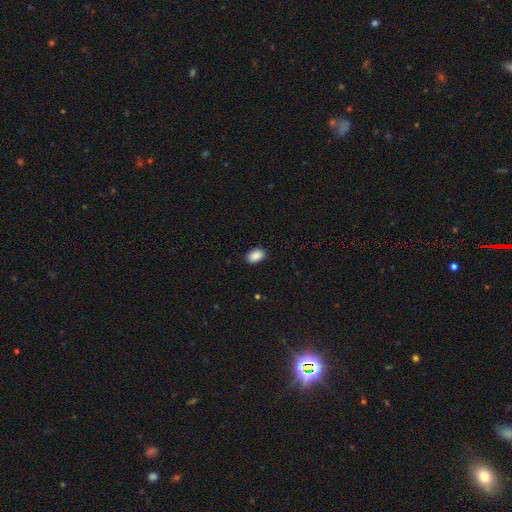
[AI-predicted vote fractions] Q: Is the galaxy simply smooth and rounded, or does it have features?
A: smooth — 90%.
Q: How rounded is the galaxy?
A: in between — 87%.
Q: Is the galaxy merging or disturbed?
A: none — 88%.